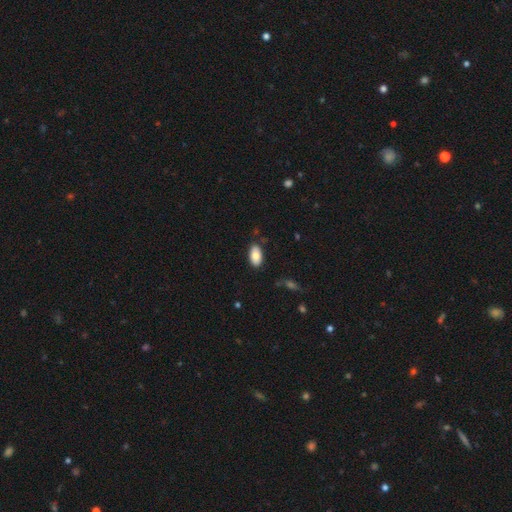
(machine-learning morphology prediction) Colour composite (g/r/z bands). It shows a smooth galaxy with no disk features (79%) that is in between round and cigar-shaped (94%). Merging: none (84%).